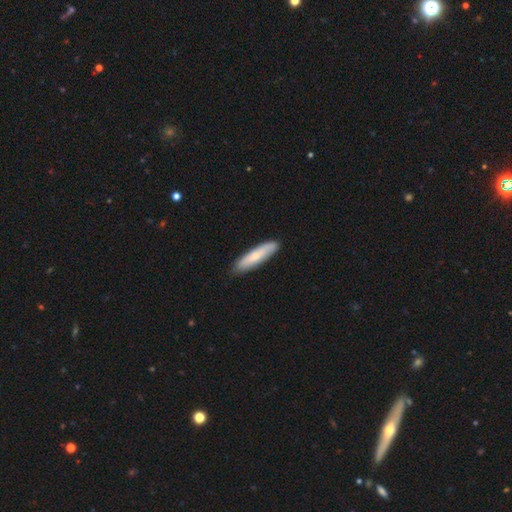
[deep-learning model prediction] Smooth or featured?
  - smooth: 68% *
  - featured or disk: 27%
  - star or artifact: 5%
How rounded?
  - cigar-shaped: 78% *
  - in between: 21%
  - round: 2%
Merging?
  - none: 85% *
  - minor disturbance: 12%
  - major disturbance: 2%
  - merger: 1%